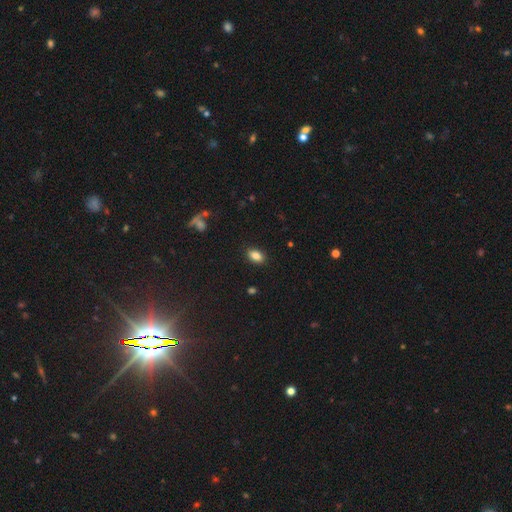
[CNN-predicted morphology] A smooth galaxy with no disk features (85%) that is in between round and cigar-shaped (88%). Merging: none (88%).